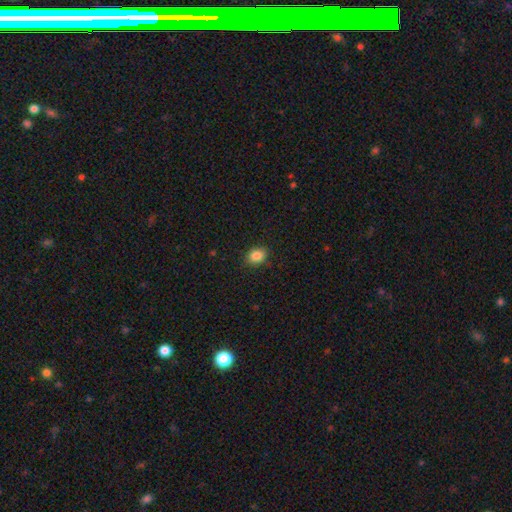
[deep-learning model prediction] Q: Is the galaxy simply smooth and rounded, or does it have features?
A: smooth — 86%.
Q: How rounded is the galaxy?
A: in between — 51%.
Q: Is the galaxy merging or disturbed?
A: none — 87%.